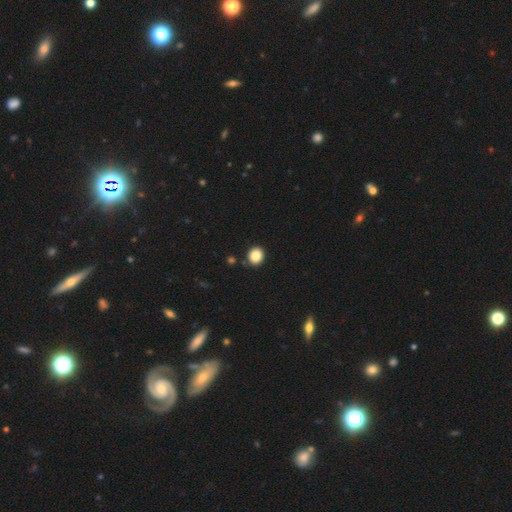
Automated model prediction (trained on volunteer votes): This appears to be a smooth galaxy with no disk features (86%) that is round (80%). Merging: none (87%).